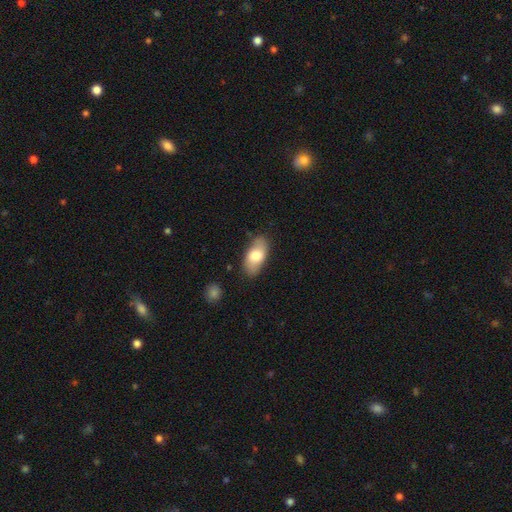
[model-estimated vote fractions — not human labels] Overall: smooth (75%). How rounded: in between (92%). Merging: none (82%).